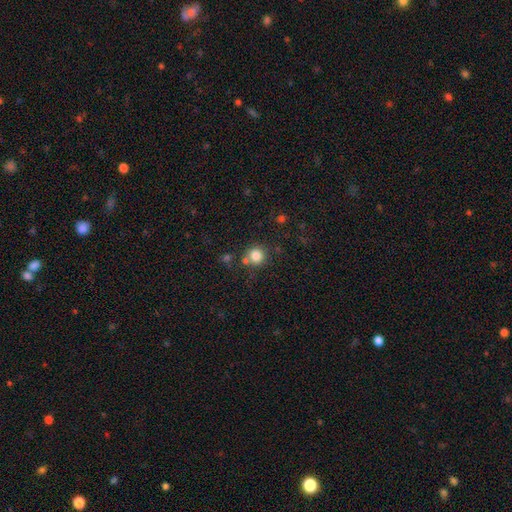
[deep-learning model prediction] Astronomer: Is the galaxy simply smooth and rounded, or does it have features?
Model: smooth — 82%.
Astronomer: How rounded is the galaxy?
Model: round — 93%.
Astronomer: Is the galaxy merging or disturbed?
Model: none — 74%.